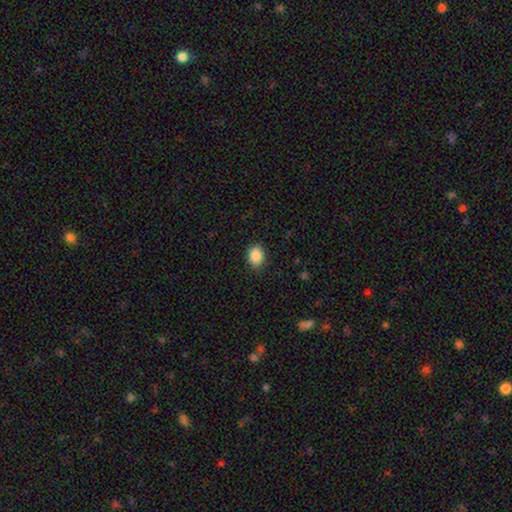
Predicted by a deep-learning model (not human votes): The model was most divided on "how rounded": in between: 65%, round: 34%, cigar-shaped: 1%. More confident: smooth or featured — smooth (88%); merging — none (88%).